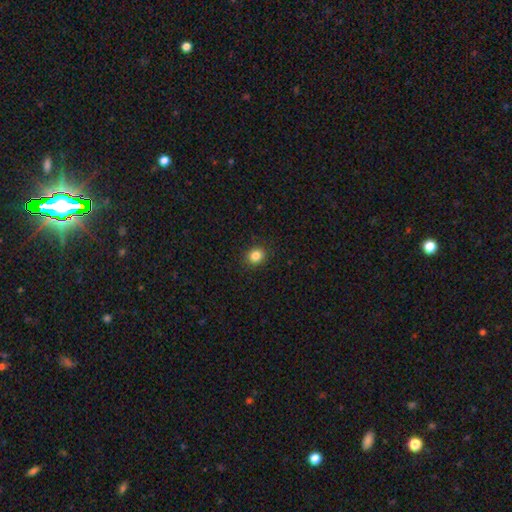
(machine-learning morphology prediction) smooth-or-featured: smooth: 84% | star or artifact: 11% | featured or disk: 5%
  how-rounded: round: 68% | in between: 31% | cigar-shaped: 1%
  merging: none: 90% | minor disturbance: 7% | major disturbance: 2% | merger: 1%